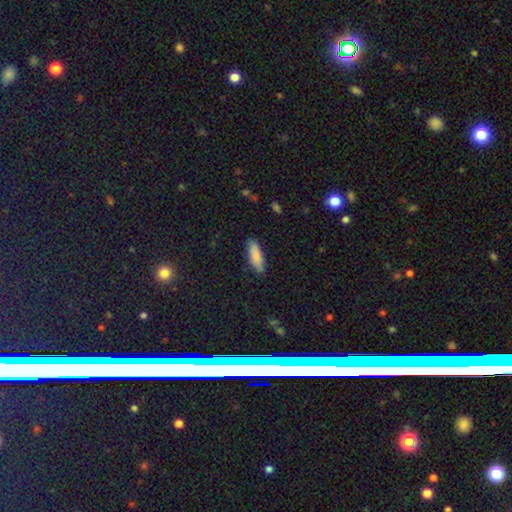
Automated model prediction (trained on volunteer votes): A smooth galaxy with no disk features (86%) that is in between round and cigar-shaped (54%).

Vote fractions:
- Smooth or featured? smooth: 86% / featured or disk: 8% / star or artifact: 6%
- How rounded? in between: 54% / cigar-shaped: 44% / round: 2%
- Merging? none: 85% / minor disturbance: 11% / major disturbance: 2% / merger: 1%